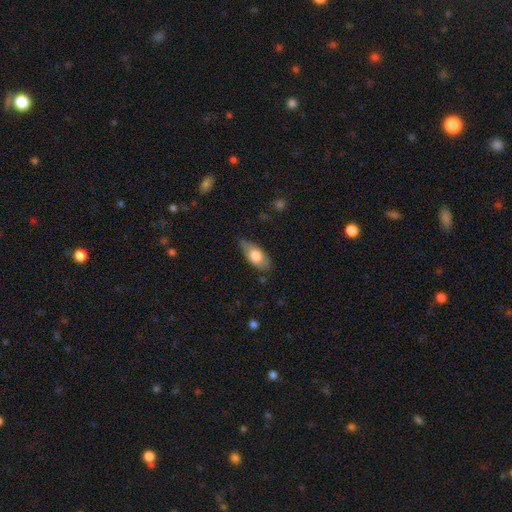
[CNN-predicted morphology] Q: Smooth or featured?
A: smooth (73%); runner-up: featured or disk (21%)
Q: How rounded?
A: in between (87%); runner-up: cigar-shaped (9%)
Q: Merging?
A: none (68%); runner-up: minor disturbance (25%)